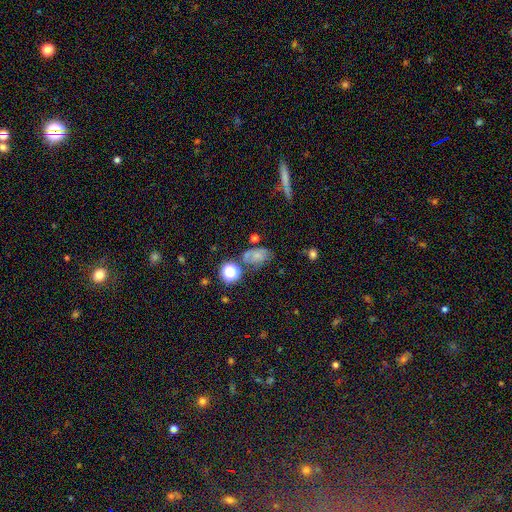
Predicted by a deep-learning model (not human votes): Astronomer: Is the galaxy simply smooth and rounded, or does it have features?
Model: smooth — 50% (runner-up: featured or disk, 28%).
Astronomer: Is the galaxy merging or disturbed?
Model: none — 52%.